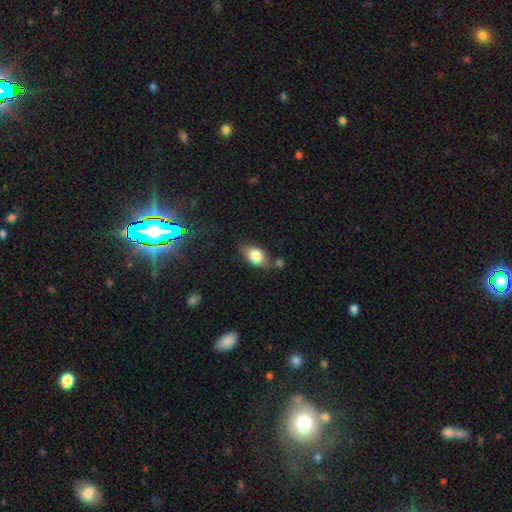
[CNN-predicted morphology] smooth_or_featured: smooth (p=0.79) [alt: featured or disk p=0.12]
how_rounded: in between (p=0.81) [alt: round p=0.17]
merging: none (p=0.64) [alt: minor disturbance p=0.21]